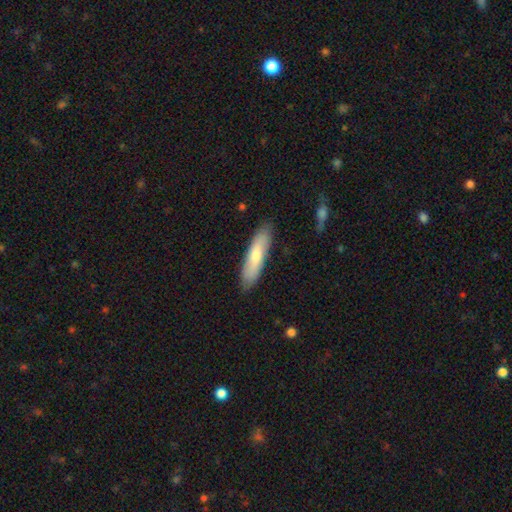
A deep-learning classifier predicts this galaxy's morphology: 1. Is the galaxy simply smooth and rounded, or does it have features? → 70% smooth, 24% featured or disk, 5% star or artifact.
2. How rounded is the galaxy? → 71% cigar-shaped, 28% in between, 2% round.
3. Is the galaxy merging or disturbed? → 85% none, 12% minor disturbance, 2% major disturbance, 1% merger.